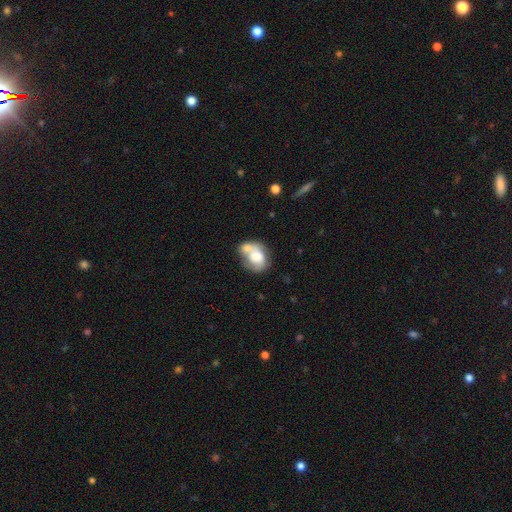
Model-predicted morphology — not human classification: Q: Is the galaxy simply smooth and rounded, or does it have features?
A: smooth — 57%.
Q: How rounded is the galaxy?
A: in between — 57%.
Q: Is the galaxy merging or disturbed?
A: merger — 52%.